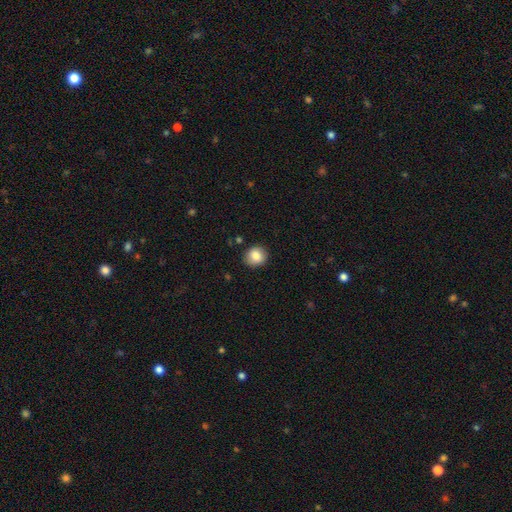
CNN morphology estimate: smooth 84%, star or artifact 9%, featured or disk 8%. Down the decision tree: how rounded — round (78%); merging — none (85%).